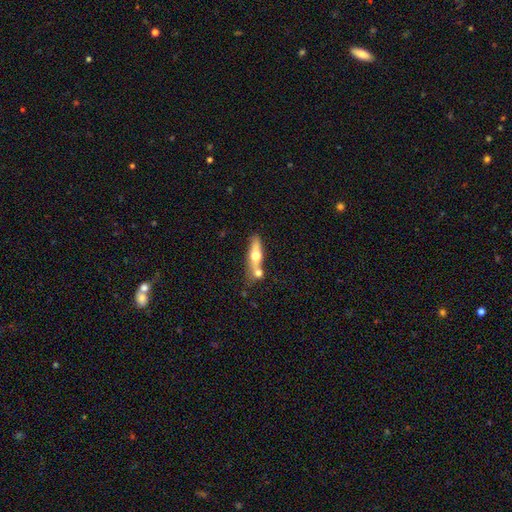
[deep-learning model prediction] Morphology: type=smooth (50%); roundness=cigar-shaped (57%); merging=none (46%).